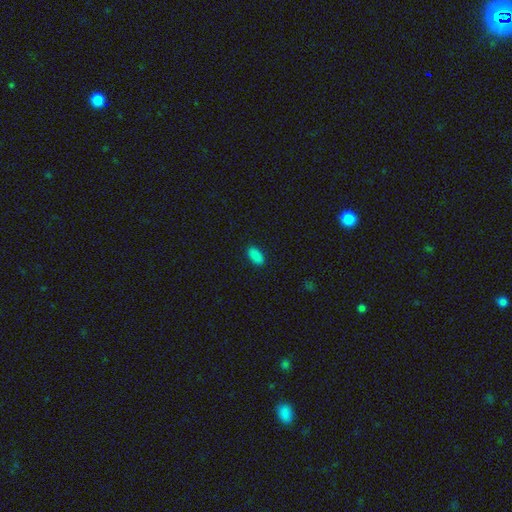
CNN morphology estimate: smooth-or-featured: smooth: 88% | star or artifact: 9% | featured or disk: 3%
  how-rounded: in between: 92% | cigar-shaped: 5% | round: 3%
  merging: none: 89% | minor disturbance: 8% | major disturbance: 2% | merger: 1%